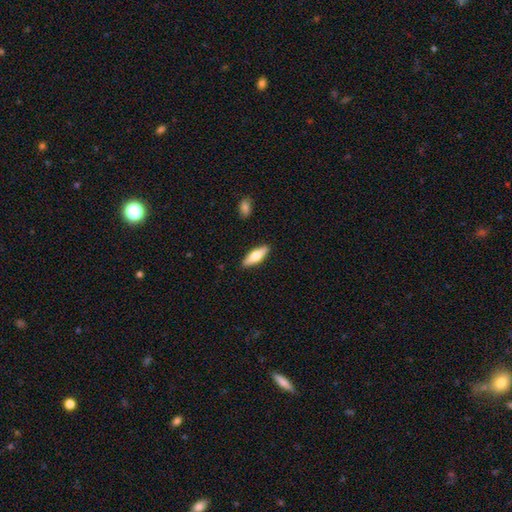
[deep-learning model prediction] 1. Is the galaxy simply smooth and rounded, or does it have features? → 59% smooth, 35% featured or disk, 6% star or artifact.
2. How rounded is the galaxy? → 51% in between, 47% cigar-shaped, 2% round.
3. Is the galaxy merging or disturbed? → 89% none, 8% minor disturbance, 2% major disturbance, 1% merger.